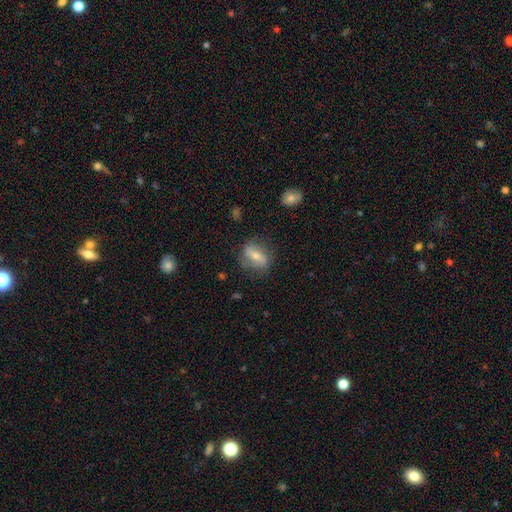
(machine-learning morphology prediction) Smooth or featured?
  - featured or disk: 50% *
  - smooth: 42%
  - star or artifact: 8%
Merging?
  - none: 72% *
  - minor disturbance: 18%
  - major disturbance: 8%
  - merger: 2%